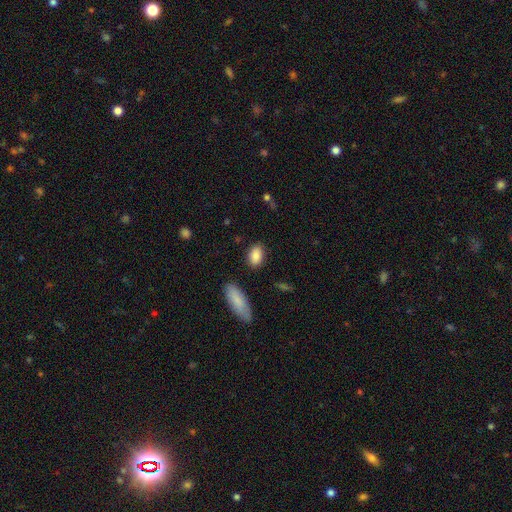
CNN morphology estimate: Overall: smooth (87%). How rounded: in between (88%). Merging: none (86%).